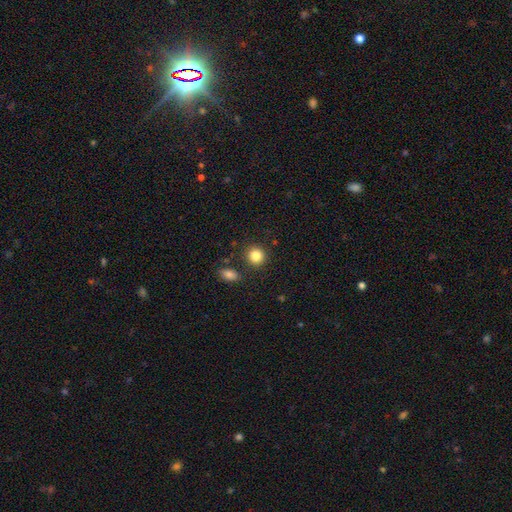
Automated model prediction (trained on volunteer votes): Q: Smooth or featured?
A: smooth (85%); runner-up: star or artifact (10%)
Q: How rounded?
A: round (87%); runner-up: in between (12%)
Q: Merging?
A: none (84%); runner-up: minor disturbance (8%)